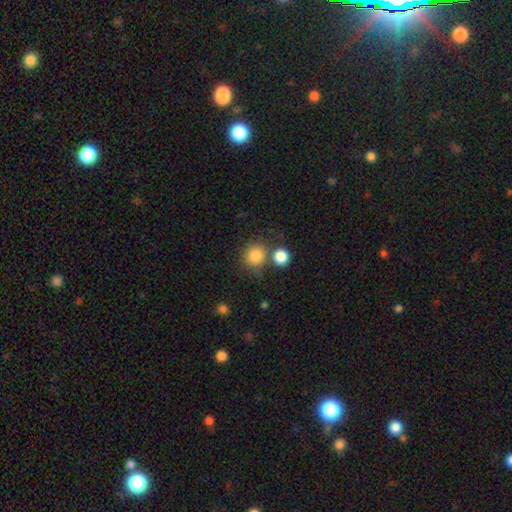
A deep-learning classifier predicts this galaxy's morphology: type=smooth (83%); roundness=round (88%); merging=none (59%).